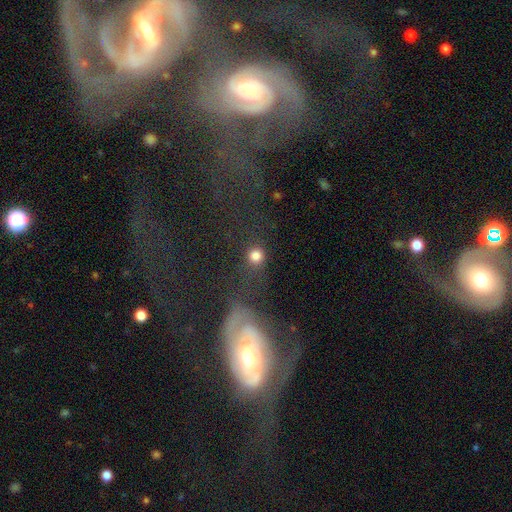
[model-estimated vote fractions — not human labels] Smooth or featured? smooth (78%)
How rounded? round (89%)
Merging? none (66%)